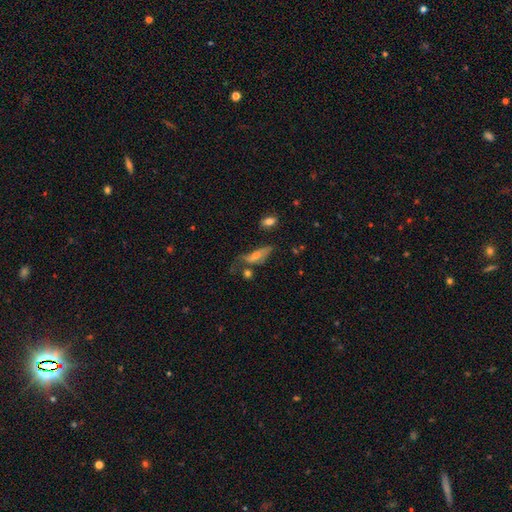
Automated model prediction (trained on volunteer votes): Smooth or featured?
  - featured or disk: 45% *
  - smooth: 40%
  - star or artifact: 15%
Merging?
  - none: 39% *
  - major disturbance: 25%
  - minor disturbance: 24%
  - merger: 12%